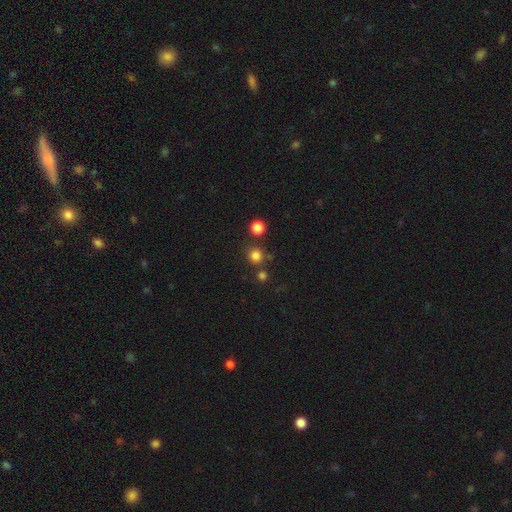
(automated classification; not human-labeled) Smooth or featured: smooth — 79% (star or artifact — 16%)
How rounded: round — 92% (in between — 7%)
Merging: none — 80% (merger — 11%)